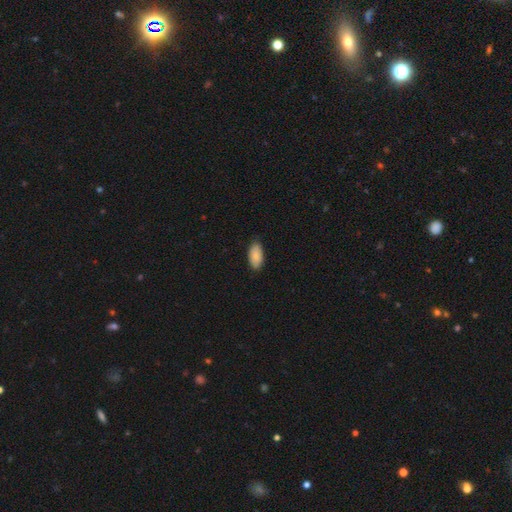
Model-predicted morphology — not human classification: type=smooth (87%); roundness=in between (93%); merging=none (87%).